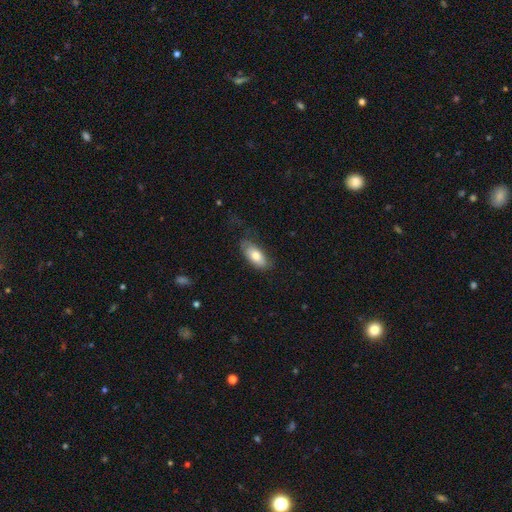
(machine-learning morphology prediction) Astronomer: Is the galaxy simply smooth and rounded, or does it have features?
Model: smooth — 75%.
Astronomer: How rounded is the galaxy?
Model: in between — 86%.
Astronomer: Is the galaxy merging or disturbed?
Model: none — 63%.